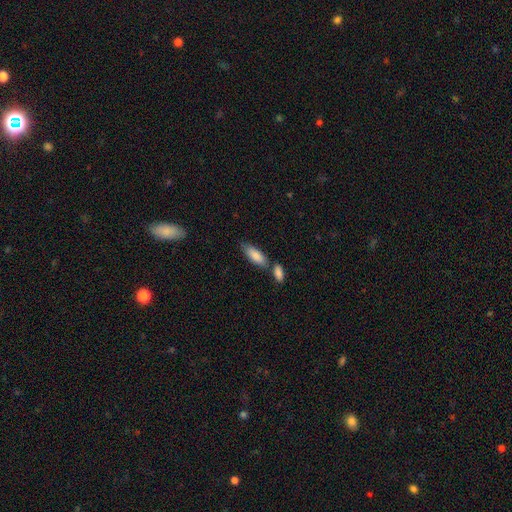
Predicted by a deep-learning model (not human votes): smooth_or_featured: smooth (p=0.85) [alt: featured or disk p=0.09]
how_rounded: in between (p=0.71) [alt: cigar-shaped p=0.27]
merging: none (p=0.56) [alt: merger p=0.26]